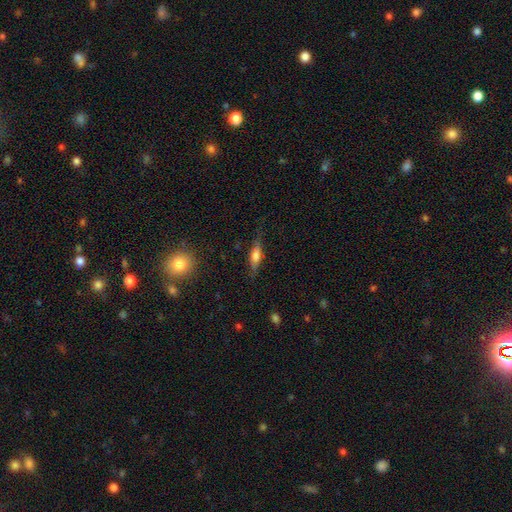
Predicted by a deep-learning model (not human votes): Smooth or featured? Predicted: smooth (p=0.49). Merging? Predicted: none (p=0.78).